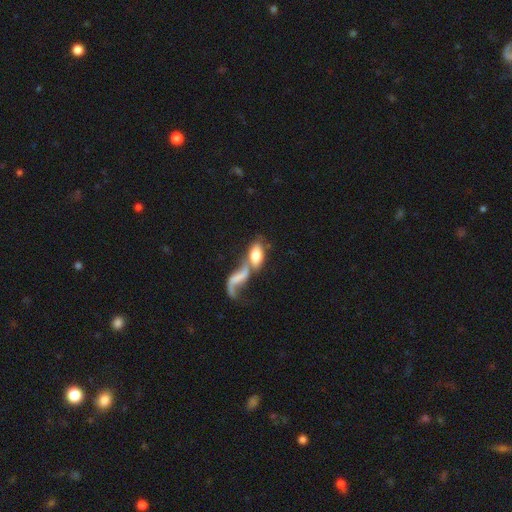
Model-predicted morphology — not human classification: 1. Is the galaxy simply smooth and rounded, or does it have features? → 59% smooth, 32% featured or disk, 8% star or artifact.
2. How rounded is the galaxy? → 86% in between, 10% cigar-shaped, 4% round.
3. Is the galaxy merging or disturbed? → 64% merger, 17% none, 11% major disturbance, 8% minor disturbance.